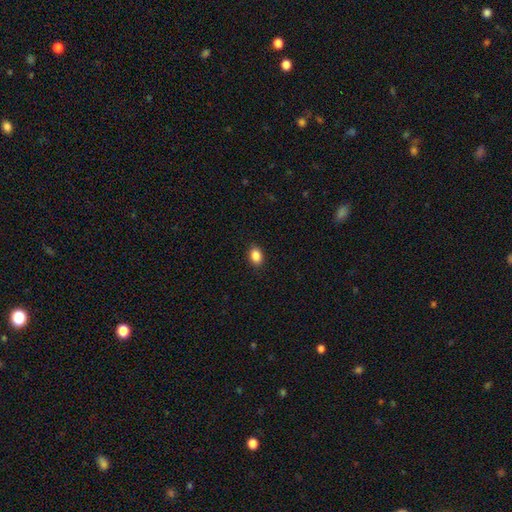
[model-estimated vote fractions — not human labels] This is clearly a smooth galaxy (87%). How rounded: clearly in between (80%). Merging: clearly none (89%).